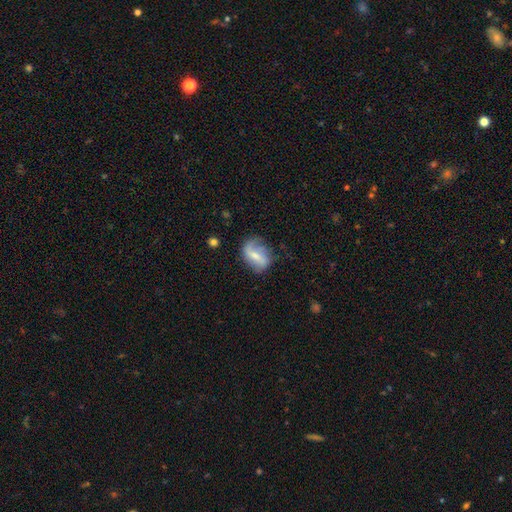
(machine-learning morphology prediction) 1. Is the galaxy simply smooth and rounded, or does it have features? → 58% featured or disk, 34% smooth, 7% star or artifact.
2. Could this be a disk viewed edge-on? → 96% no, 4% yes.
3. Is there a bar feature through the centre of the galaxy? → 46% weak, 32% strong, 22% no.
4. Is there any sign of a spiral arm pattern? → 80% yes, 20% no.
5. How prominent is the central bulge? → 44% small, 37% moderate, 14% none, 4% large, 1% dominant.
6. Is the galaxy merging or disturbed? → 54% none, 27% minor disturbance, 16% major disturbance, 2% merger.